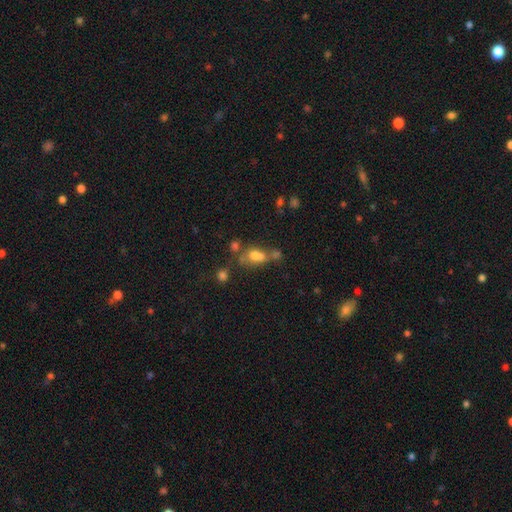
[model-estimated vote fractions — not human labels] Overall: smooth (61%). How rounded: in between (61%; round 33%). Merging: merger (44%; none 34%).